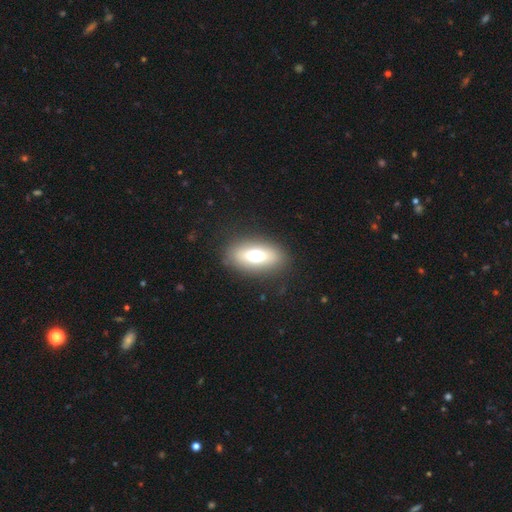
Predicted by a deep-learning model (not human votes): Smooth or featured? smooth (64%)
How rounded? in between (81%)
Merging? none (86%)